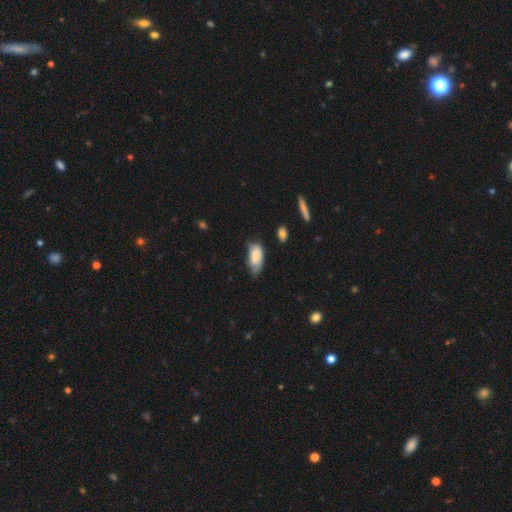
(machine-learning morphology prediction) type=smooth (79%); roundness=in between (91%); merging=minor disturbance (44%).